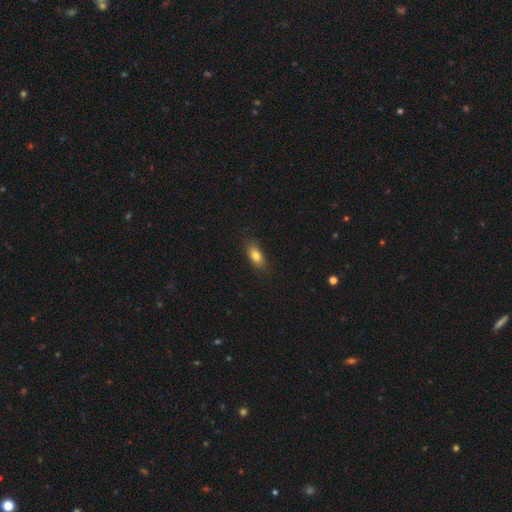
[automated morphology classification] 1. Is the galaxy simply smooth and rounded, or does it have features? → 79% smooth, 12% featured or disk, 8% star or artifact.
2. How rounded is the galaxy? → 81% in between, 14% cigar-shaped, 6% round.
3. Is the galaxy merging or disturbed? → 82% none, 14% minor disturbance, 3% major disturbance, 1% merger.